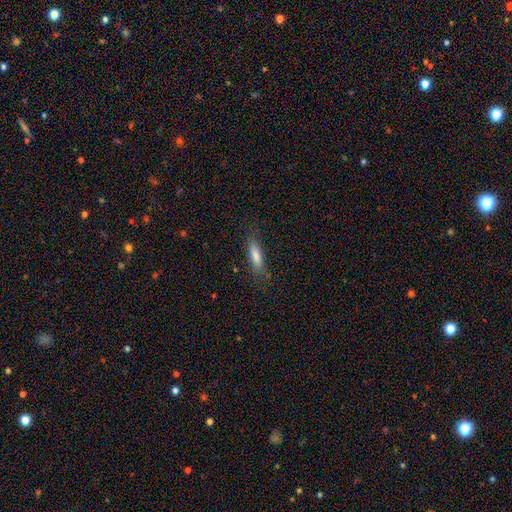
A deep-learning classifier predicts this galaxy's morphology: This is likely a smooth galaxy (74%). How rounded: likely cigar-shaped (71%). Merging: likely none (78%).